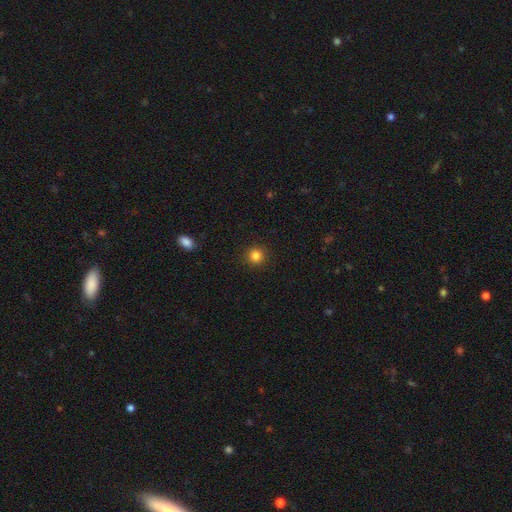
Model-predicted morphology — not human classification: Overall: smooth (83%). How rounded: round (94%). Merging: none (92%).